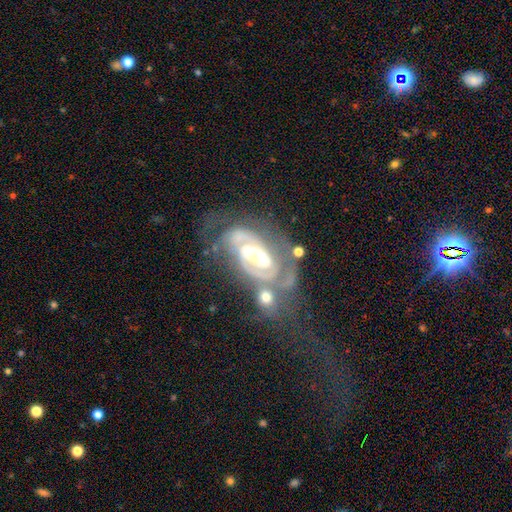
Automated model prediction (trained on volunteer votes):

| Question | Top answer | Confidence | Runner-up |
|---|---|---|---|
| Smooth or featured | featured or disk | 86% | smooth (8%) |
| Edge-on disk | no | 95% | yes (5%) |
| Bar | weak | 38% | strong (34%) |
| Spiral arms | yes | 92% | no (8%) |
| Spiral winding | tight | 57% | medium (34%) |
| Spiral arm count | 2 | 62% | can't tell (19%) |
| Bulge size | moderate | 45% | small (25%) |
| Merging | none | 39% | merger (21%) |